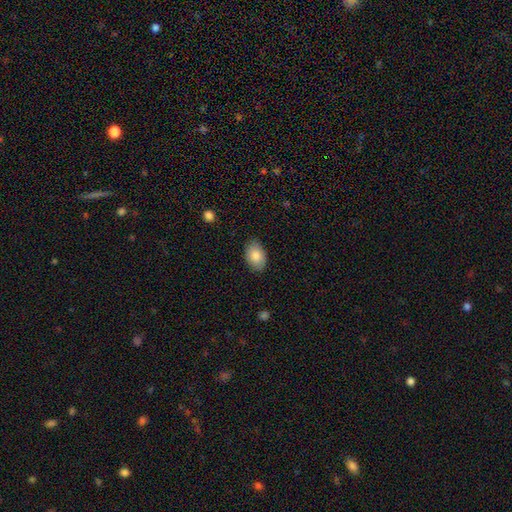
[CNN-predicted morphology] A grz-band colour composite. It shows a smooth galaxy with no disk features (85%) that is in between round and cigar-shaped (88%). Merging: none (85%).